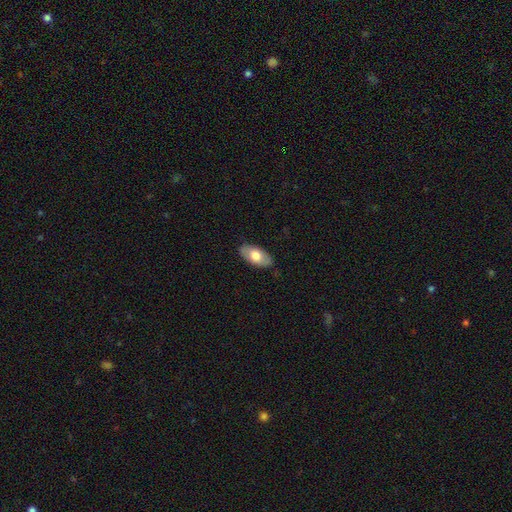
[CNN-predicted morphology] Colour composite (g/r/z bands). It shows a smooth galaxy with no disk features (68%) that is in between round and cigar-shaped (94%). Merging: none (86%).